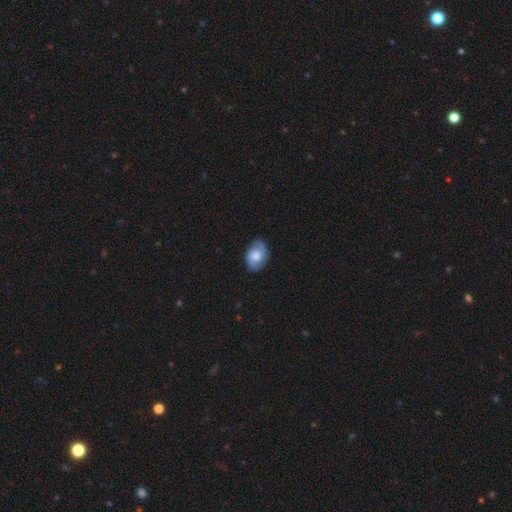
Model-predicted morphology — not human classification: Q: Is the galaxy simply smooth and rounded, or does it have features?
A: smooth — 53%.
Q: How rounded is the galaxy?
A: in between — 76%.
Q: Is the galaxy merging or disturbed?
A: none — 73%.